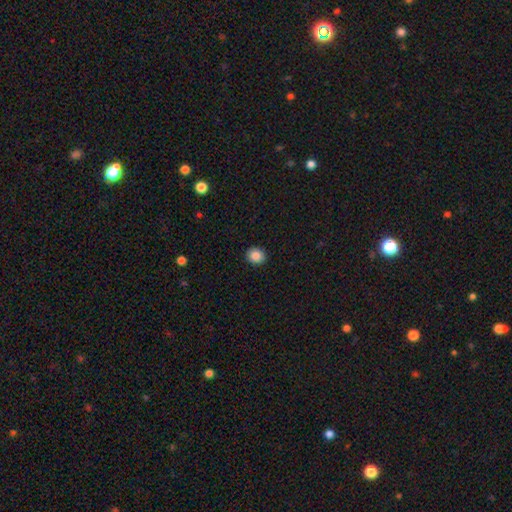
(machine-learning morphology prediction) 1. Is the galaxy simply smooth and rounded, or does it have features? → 87% smooth, 9% star or artifact, 4% featured or disk.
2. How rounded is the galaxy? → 75% round, 24% in between, 1% cigar-shaped.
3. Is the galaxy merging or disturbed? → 92% none, 6% minor disturbance, 2% major disturbance, 1% merger.